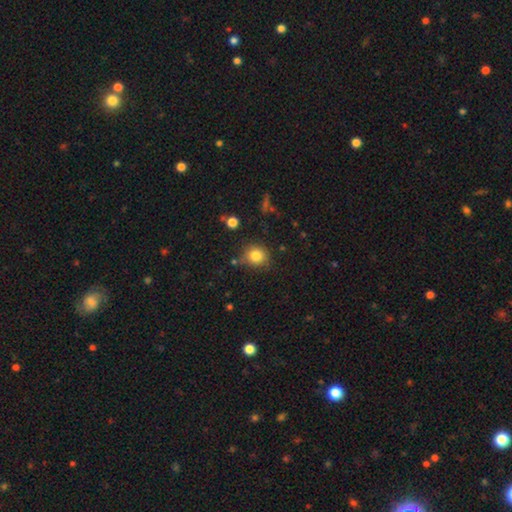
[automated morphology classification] smooth-or-featured: smooth: 82% | star or artifact: 12% | featured or disk: 7%
  how-rounded: round: 84% | in between: 15% | cigar-shaped: 1%
  merging: none: 76% | minor disturbance: 16% | merger: 5% | major disturbance: 4%